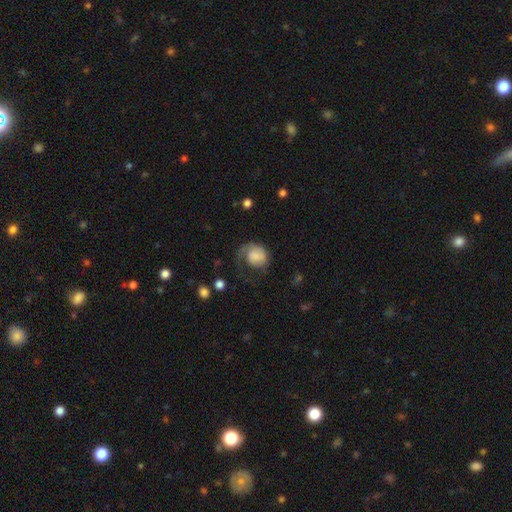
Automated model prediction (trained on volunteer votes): Smooth or featured? Predicted: smooth (p=0.53). How rounded? Predicted: round (p=0.64). Merging? Predicted: major disturbance (p=0.42).